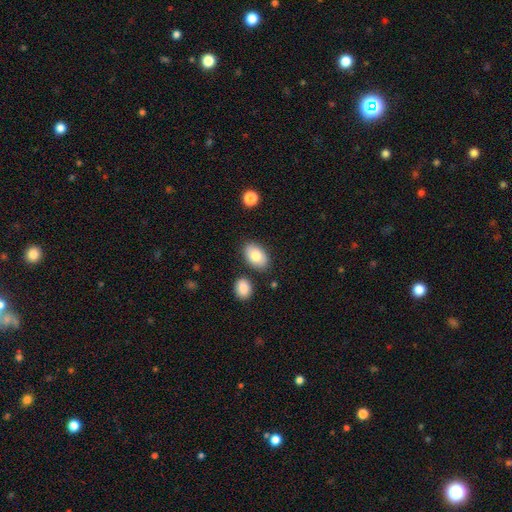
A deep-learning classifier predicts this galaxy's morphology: smooth-or-featured: smooth: 81% | featured or disk: 12% | star or artifact: 7%
  how-rounded: in between: 90% | round: 9% | cigar-shaped: 1%
  merging: none: 81% | minor disturbance: 11% | merger: 5% | major disturbance: 3%